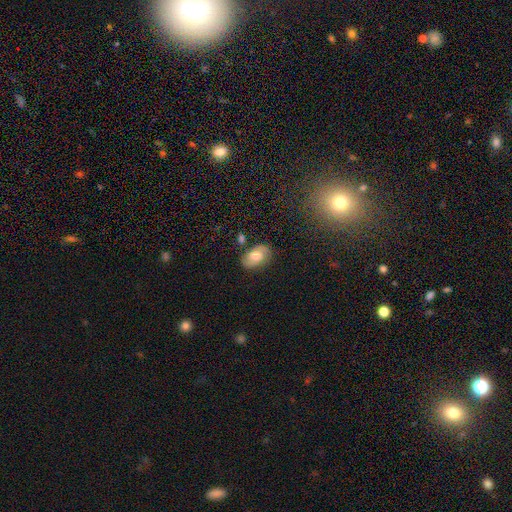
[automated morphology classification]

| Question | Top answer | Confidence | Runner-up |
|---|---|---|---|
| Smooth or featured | smooth | 59% | featured or disk (32%) |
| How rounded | in between | 89% | round (10%) |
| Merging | none | 73% | minor disturbance (18%) |